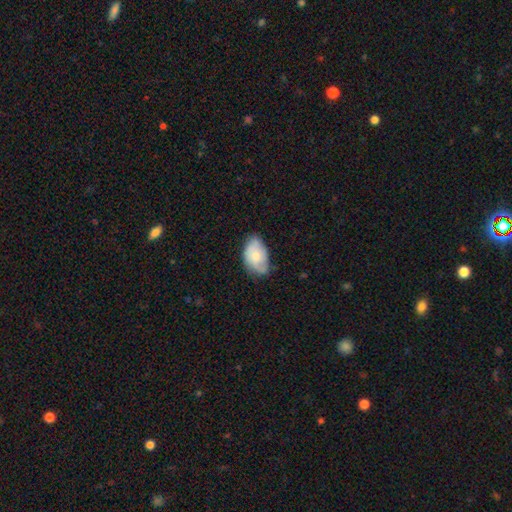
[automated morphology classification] Smooth or featured: smooth — 56% (featured or disk — 38%)
How rounded: in between — 89% (round — 9%)
Merging: none — 55% (minor disturbance — 36%)